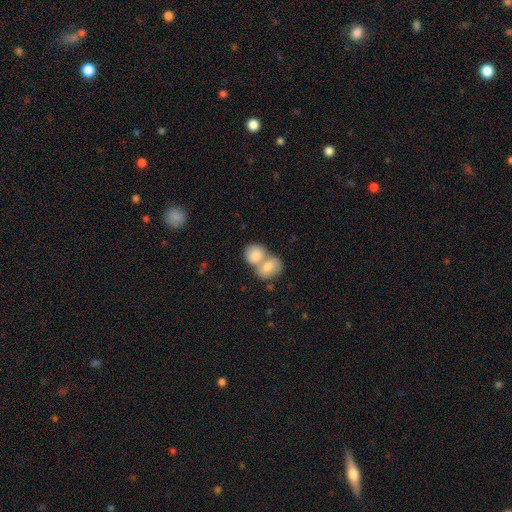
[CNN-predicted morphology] Q: Smooth or featured?
A: smooth (78%); runner-up: featured or disk (15%)
Q: How rounded?
A: in between (52%); runner-up: round (46%)
Q: Merging?
A: merger (71%); runner-up: none (20%)